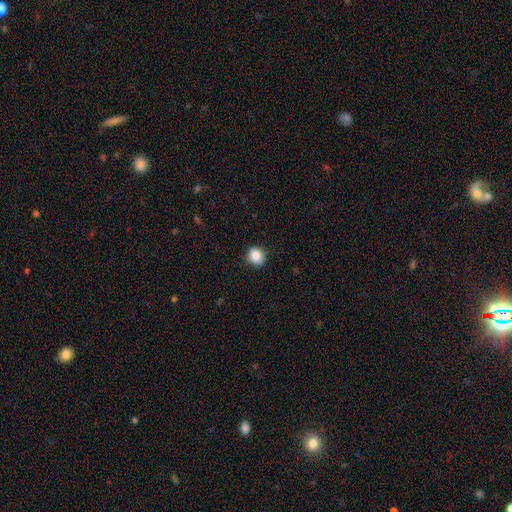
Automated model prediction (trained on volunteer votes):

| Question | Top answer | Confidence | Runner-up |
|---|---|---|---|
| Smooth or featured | smooth | 87% | star or artifact (9%) |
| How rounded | round | 78% | in between (21%) |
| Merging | none | 88% | minor disturbance (9%) |